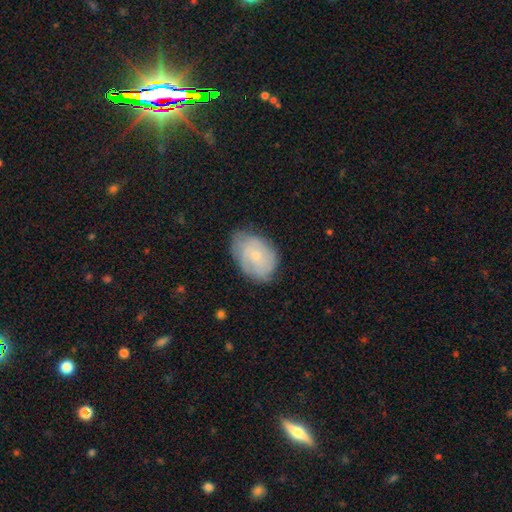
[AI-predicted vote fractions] smooth 53%, featured or disk 40%, star or artifact 7%. Down the decision tree: how rounded — in between (79%); merging — none (65%).